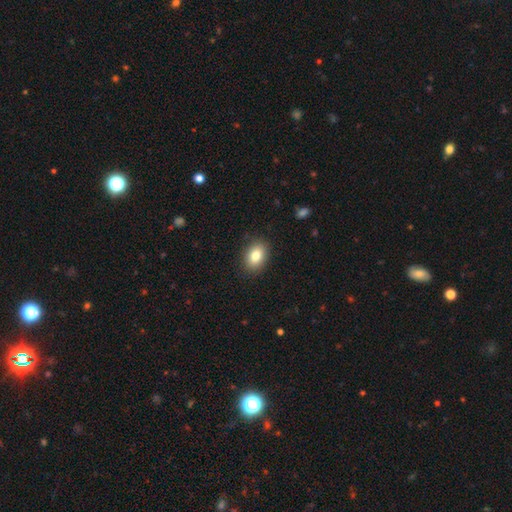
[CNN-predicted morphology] A smooth galaxy with no disk features (83%) that is in between round and cigar-shaped (80%).

Vote fractions:
- Smooth or featured? smooth: 83% / featured or disk: 8% / star or artifact: 8%
- How rounded? in between: 80% / round: 18% / cigar-shaped: 1%
- Merging? none: 88% / minor disturbance: 8% / major disturbance: 2% / merger: 1%